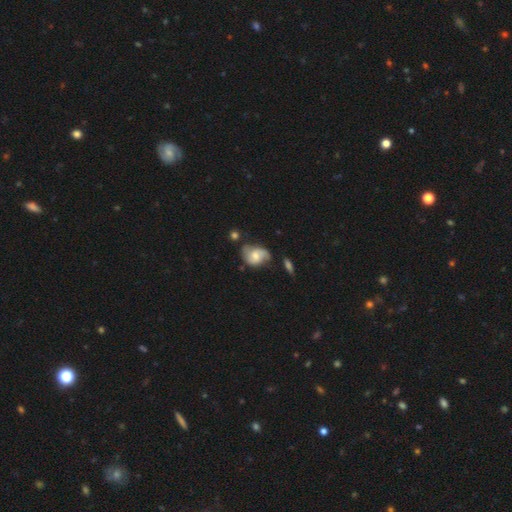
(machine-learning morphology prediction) Smooth or featured? featured or disk (59%)
Edge-on disk? no (96%)
Bar? no (56%)
Spiral arms? yes (88%)
Bulge size? moderate (56%)
Merging? none (52%)